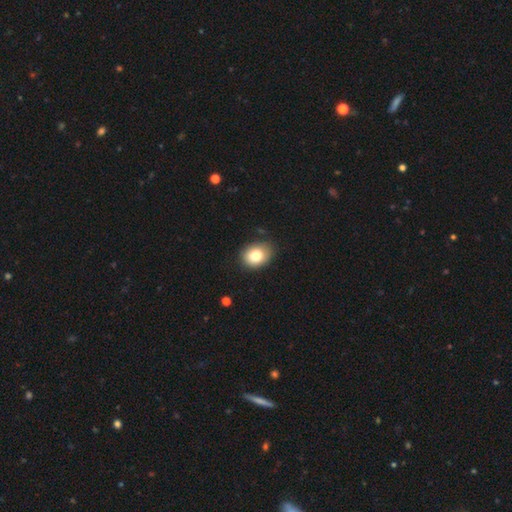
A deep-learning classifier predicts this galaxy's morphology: smooth-or-featured: smooth: 81% | featured or disk: 10% | star or artifact: 9%
  how-rounded: in between: 56% | round: 43% | cigar-shaped: 1%
  merging: none: 79% | minor disturbance: 16% | major disturbance: 3% | merger: 2%